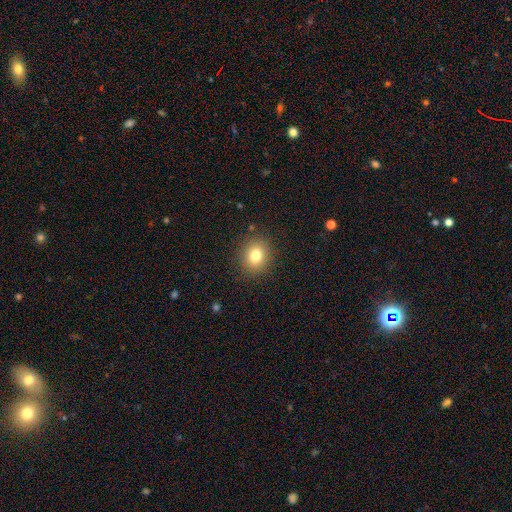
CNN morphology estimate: This is likely a smooth galaxy (79%). How rounded: likely round (67%). Merging: clearly none (88%).